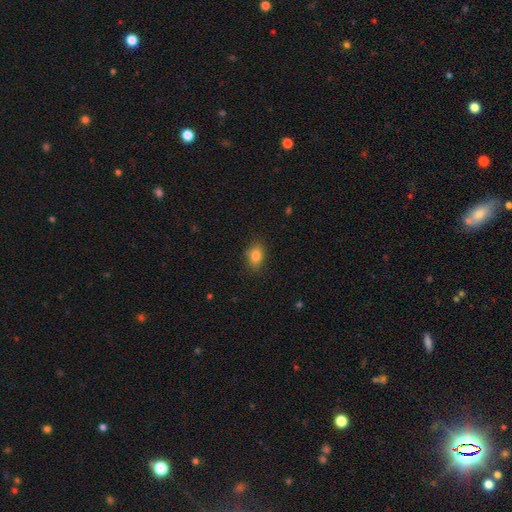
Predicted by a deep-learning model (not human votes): Q: Smooth or featured?
A: smooth (82%); runner-up: star or artifact (10%)
Q: How rounded?
A: in between (74%); runner-up: round (24%)
Q: Merging?
A: none (81%); runner-up: minor disturbance (15%)